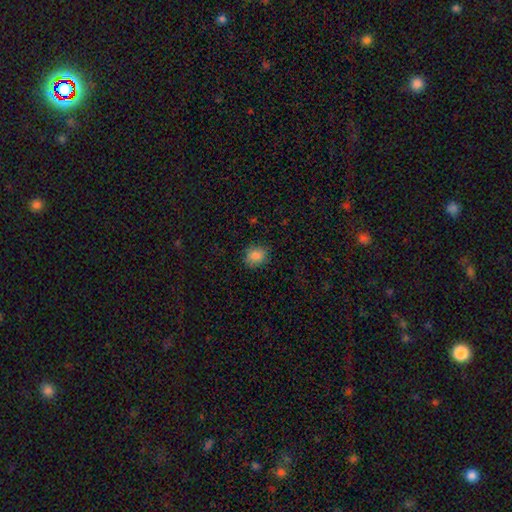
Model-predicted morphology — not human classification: Smooth or featured? smooth (86%)
How rounded? round (59%)
Merging? none (83%)